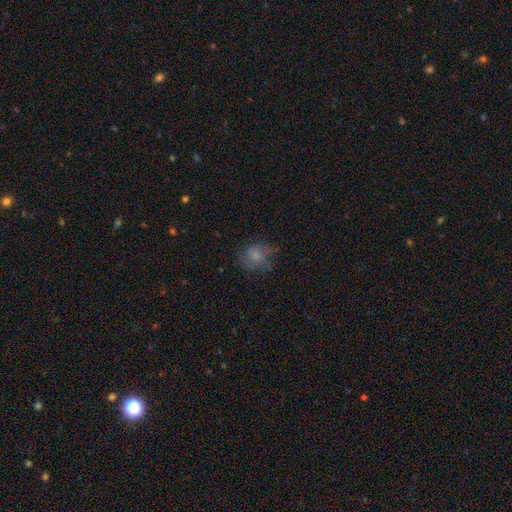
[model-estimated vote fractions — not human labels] This appears to be a smooth galaxy with no disk features (70%) that is round (65%). Merging: none (58%).